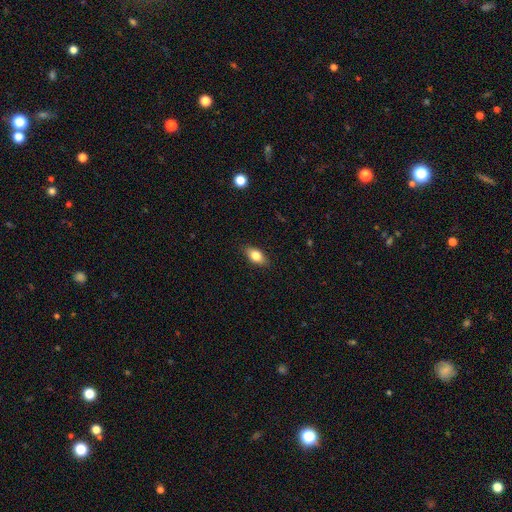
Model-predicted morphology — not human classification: A smooth galaxy with no disk features (79%) that is in between round and cigar-shaped (86%).

Vote fractions:
- Smooth or featured? smooth: 79% / featured or disk: 13% / star or artifact: 8%
- How rounded? in between: 86% / cigar-shaped: 7% / round: 7%
- Merging? none: 86% / minor disturbance: 10% / major disturbance: 2% / merger: 1%